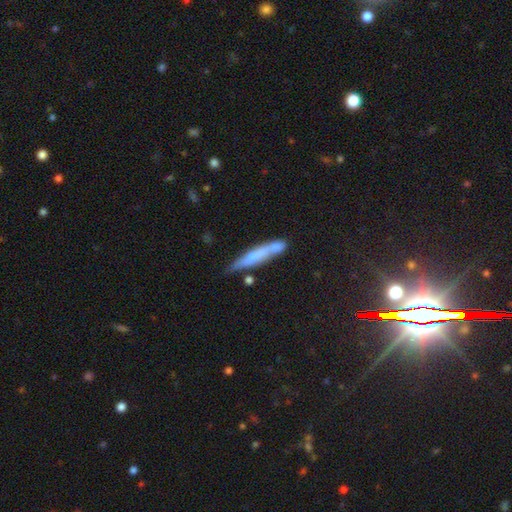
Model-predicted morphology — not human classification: Smooth or featured? Predicted: smooth (p=0.51). How rounded? Predicted: cigar-shaped (p=0.90). Merging? Predicted: none (p=0.60).